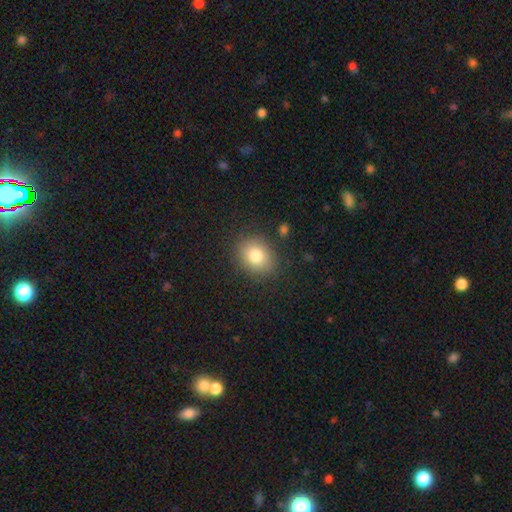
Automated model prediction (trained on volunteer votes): Smooth or featured: smooth — 82% (star or artifact — 9%)
How rounded: in between — 51% (round — 48%)
Merging: none — 85% (minor disturbance — 10%)